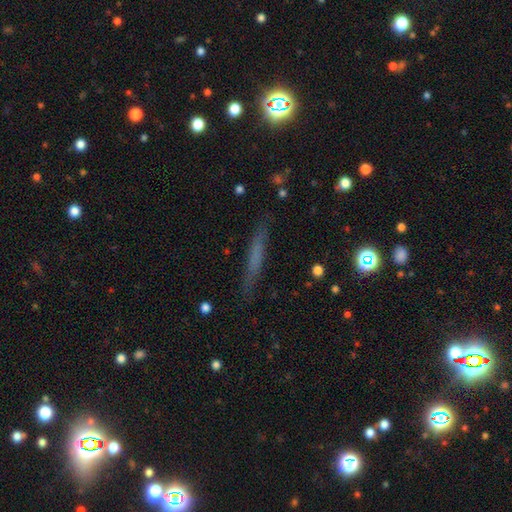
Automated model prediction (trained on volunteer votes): smooth 52%, featured or disk 37%, star or artifact 11%. Down the decision tree: how rounded — cigar-shaped (92%); merging — none (82%).